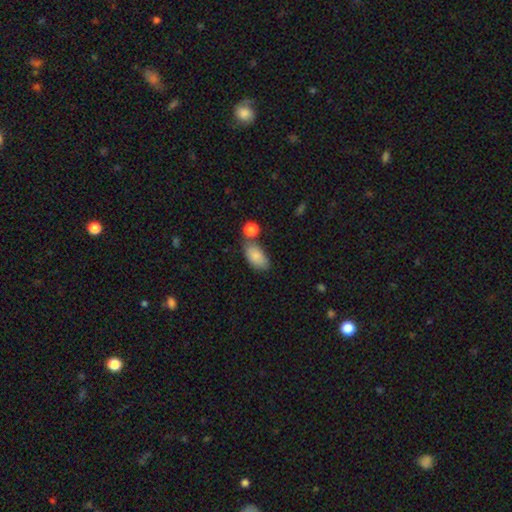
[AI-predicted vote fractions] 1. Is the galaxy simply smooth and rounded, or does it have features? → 85% smooth, 8% featured or disk, 7% star or artifact.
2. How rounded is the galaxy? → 93% in between, 4% round, 3% cigar-shaped.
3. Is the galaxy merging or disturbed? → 61% none, 19% minor disturbance, 15% merger, 5% major disturbance.